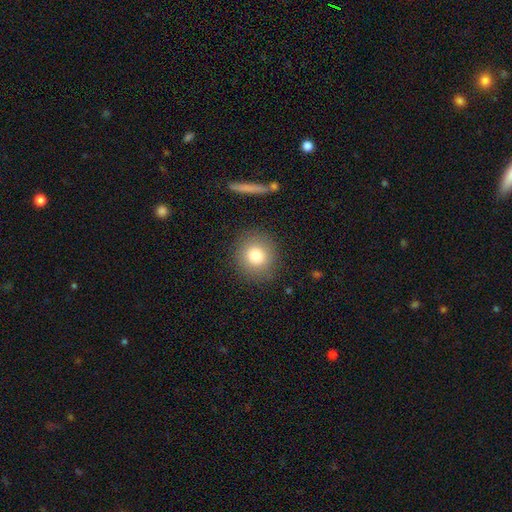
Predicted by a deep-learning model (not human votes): smooth 78%, star or artifact 11%, featured or disk 11%. Down the decision tree: how rounded — round (89%); merging — none (87%).